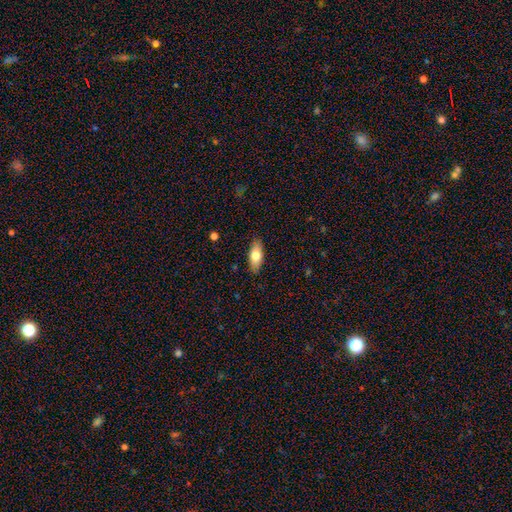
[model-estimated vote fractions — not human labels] smooth_or_featured: smooth (p=0.74) [alt: featured or disk p=0.20]
how_rounded: in between (p=0.81) [alt: cigar-shaped p=0.16]
merging: none (p=0.87) [alt: minor disturbance p=0.10]